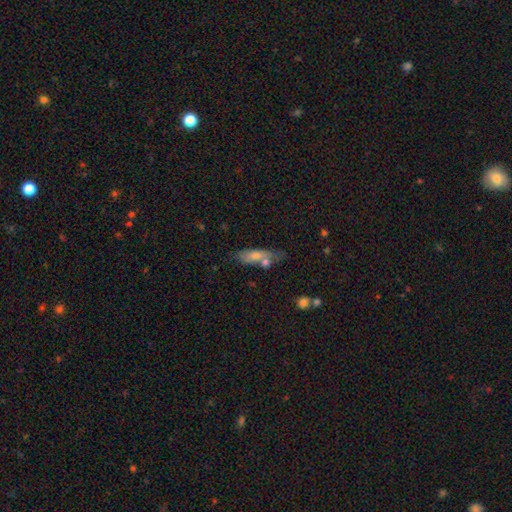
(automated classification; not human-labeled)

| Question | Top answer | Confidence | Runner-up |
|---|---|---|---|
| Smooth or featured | smooth | 60% | featured or disk (29%) |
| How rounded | cigar-shaped | 51% | in between (45%) |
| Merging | none | 57% | merger (18%) |